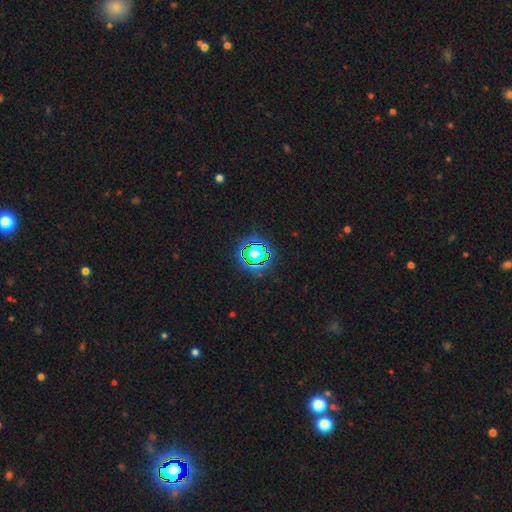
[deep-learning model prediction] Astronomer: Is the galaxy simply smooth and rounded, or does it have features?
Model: star or artifact — 63%.